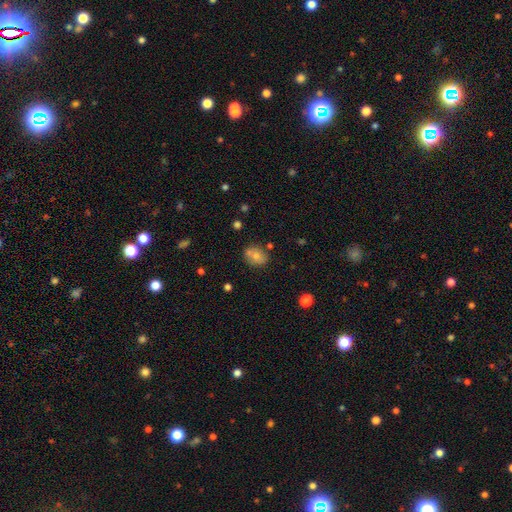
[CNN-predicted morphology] type=smooth (74%); roundness=in between (50%); merging=none (64%).